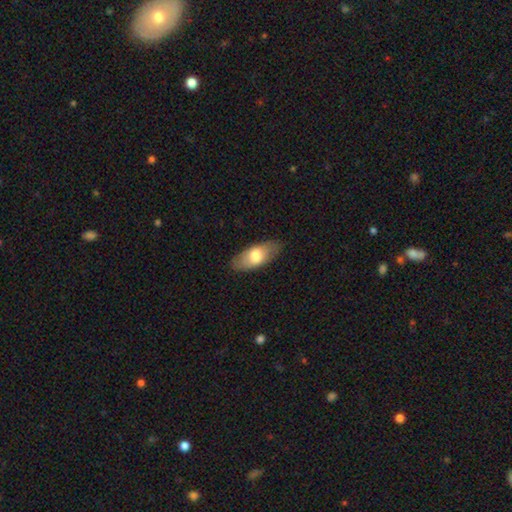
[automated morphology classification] This appears to be a smooth galaxy with no disk features (70%) that is in between round and cigar-shaped (88%). Merging: none (84%).